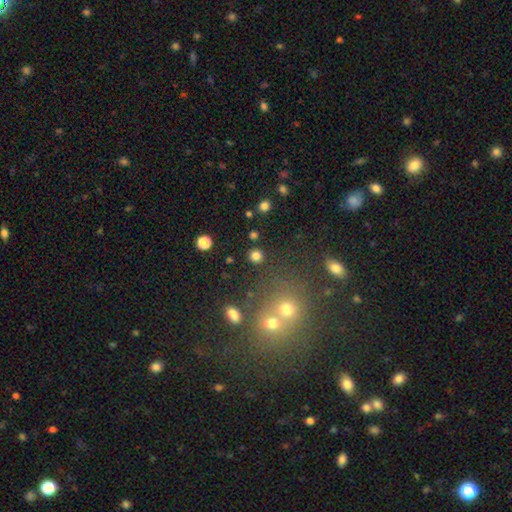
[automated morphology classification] A smooth galaxy with no disk features (79%) that is round (89%).

Vote fractions:
- Smooth or featured? smooth: 79% / star or artifact: 16% / featured or disk: 5%
- How rounded? round: 89% / in between: 10% / cigar-shaped: 1%
- Merging? none: 87% / minor disturbance: 6% / merger: 5% / major disturbance: 3%